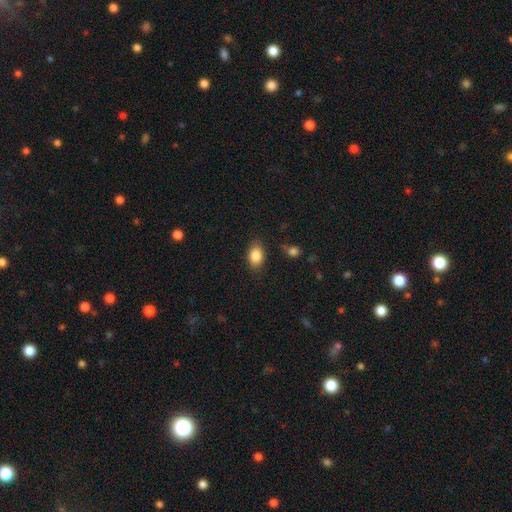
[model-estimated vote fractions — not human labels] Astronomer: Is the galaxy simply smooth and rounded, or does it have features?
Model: smooth — 85%.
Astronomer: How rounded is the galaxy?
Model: in between — 82%.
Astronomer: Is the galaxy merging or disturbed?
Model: none — 83%.